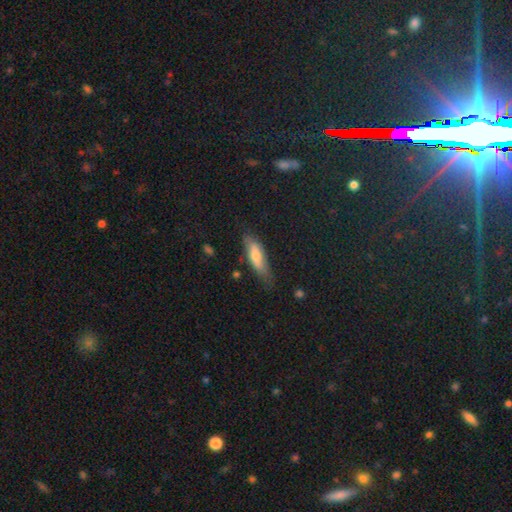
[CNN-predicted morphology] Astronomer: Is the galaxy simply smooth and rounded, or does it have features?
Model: smooth — 64%.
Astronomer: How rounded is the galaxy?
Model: in between — 52% (runner-up: cigar-shaped, 46%).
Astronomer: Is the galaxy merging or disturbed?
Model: none — 66%.